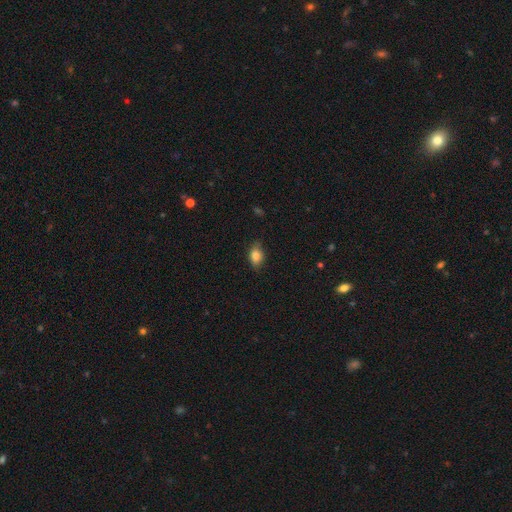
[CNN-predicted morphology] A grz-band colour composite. It shows a smooth galaxy with no disk features (80%) that is in between round and cigar-shaped (80%). Merging: none (78%).